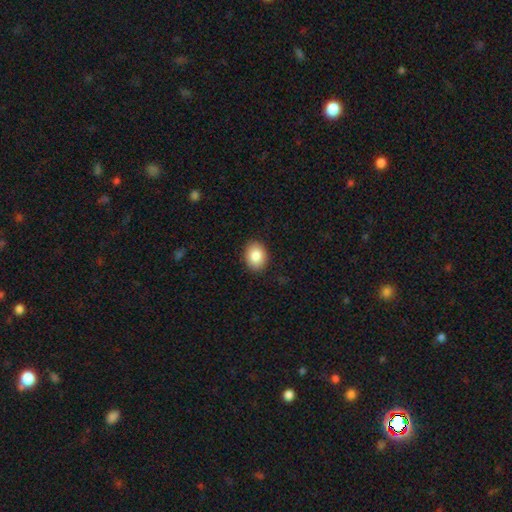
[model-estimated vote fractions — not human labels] A smooth galaxy with no disk features (86%) that is in between round and cigar-shaped (64%). Merging: none (89%).